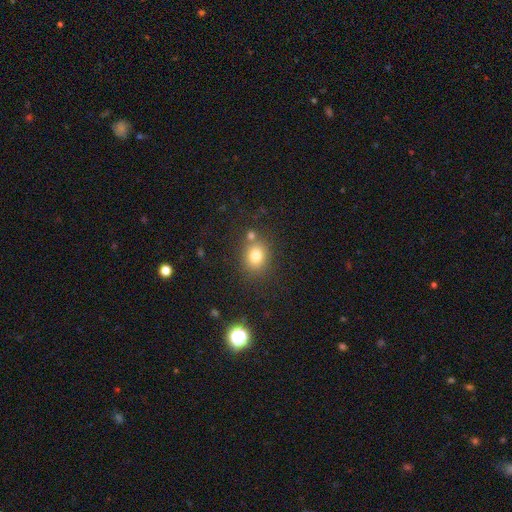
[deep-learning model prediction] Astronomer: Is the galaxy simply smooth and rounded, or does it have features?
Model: smooth — 79%.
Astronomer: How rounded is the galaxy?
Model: round — 61% (runner-up: in between, 38%).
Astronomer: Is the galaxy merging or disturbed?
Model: none — 70%.